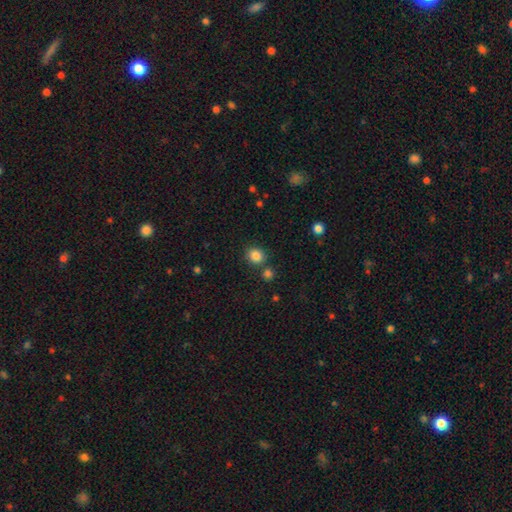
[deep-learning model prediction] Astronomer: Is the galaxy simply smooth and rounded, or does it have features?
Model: smooth — 85%.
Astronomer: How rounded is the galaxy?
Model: round — 79%.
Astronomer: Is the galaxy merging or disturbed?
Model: none — 78%.